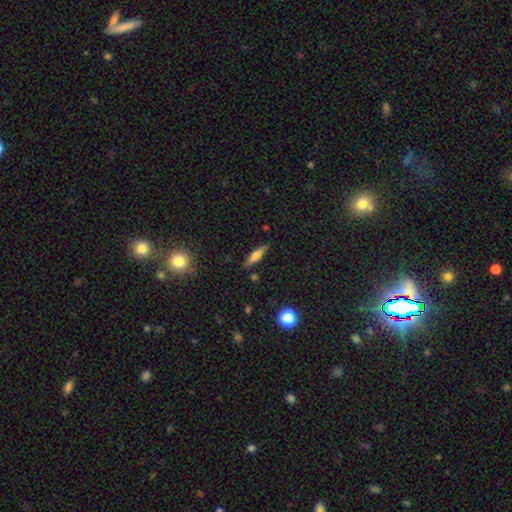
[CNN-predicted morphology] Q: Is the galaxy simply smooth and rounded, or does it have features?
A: smooth — 54%.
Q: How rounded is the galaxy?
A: cigar-shaped — 72%.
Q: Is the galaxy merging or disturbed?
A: none — 85%.